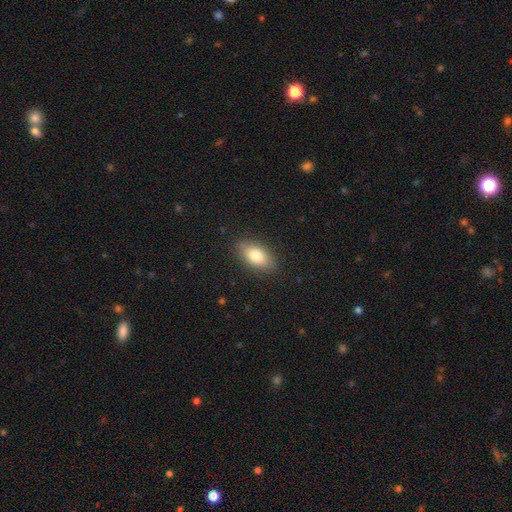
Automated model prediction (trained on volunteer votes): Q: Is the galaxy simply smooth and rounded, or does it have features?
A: smooth — 77%.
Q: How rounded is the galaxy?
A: in between — 89%.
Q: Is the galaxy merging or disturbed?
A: none — 86%.